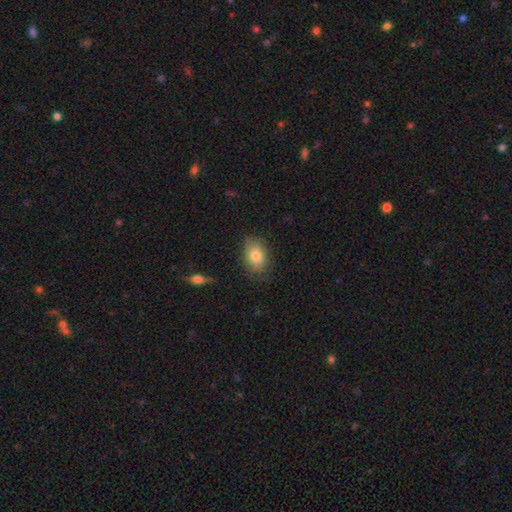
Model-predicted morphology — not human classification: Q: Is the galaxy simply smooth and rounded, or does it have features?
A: smooth — 80%.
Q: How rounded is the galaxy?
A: in between — 80%.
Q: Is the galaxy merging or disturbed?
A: none — 77%.